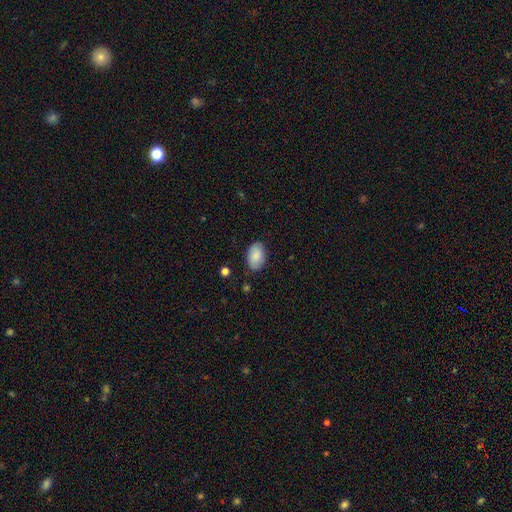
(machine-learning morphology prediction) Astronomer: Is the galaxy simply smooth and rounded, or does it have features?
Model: smooth — 84%.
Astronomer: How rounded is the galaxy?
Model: in between — 91%.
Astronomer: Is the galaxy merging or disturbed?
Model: none — 83%.